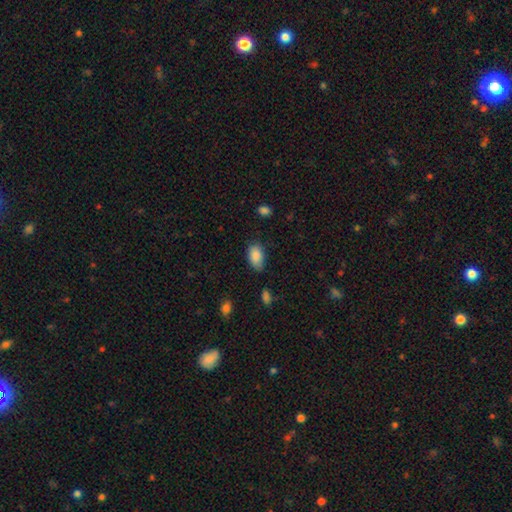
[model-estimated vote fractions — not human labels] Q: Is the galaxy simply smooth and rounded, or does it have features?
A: smooth — 86%.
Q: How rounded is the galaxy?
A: in between — 92%.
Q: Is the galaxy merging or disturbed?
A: none — 67%.